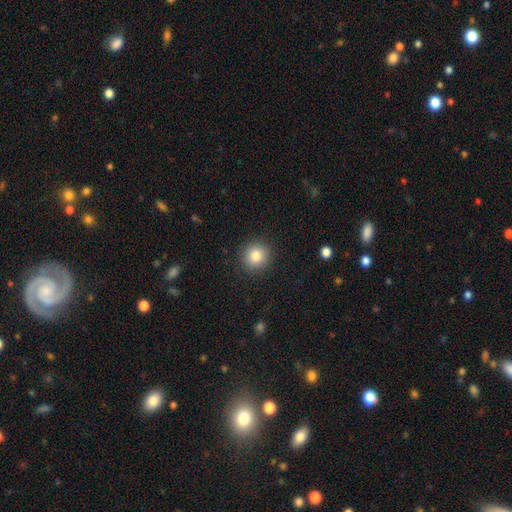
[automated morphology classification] Smooth or featured? Predicted: smooth (p=0.82). How rounded? Predicted: round (p=0.91). Merging? Predicted: none (p=0.91).